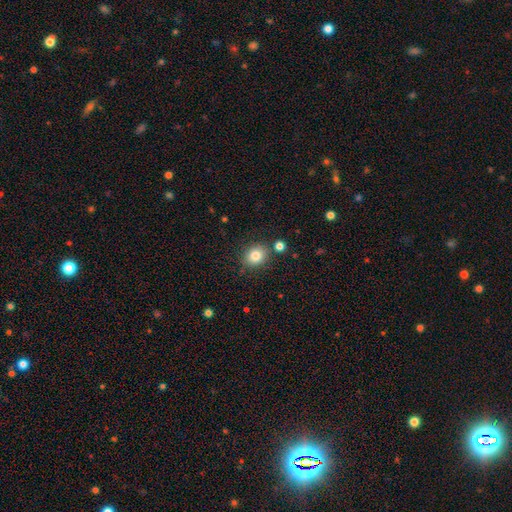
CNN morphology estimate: Smooth or featured? smooth (82%)
How rounded? round (64%)
Merging? none (80%)